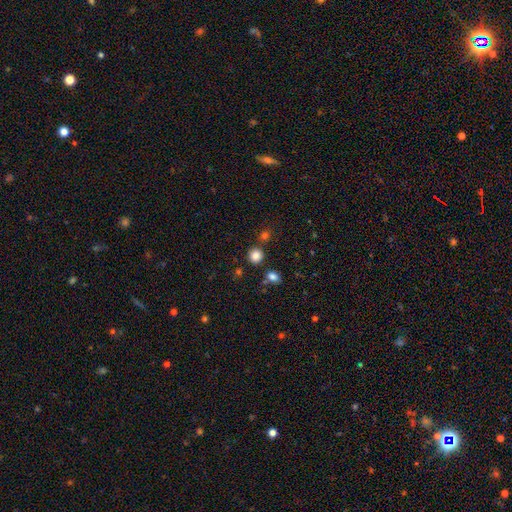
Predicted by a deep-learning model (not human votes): Smooth or featured? smooth (83%)
How rounded? round (87%)
Merging? none (81%)